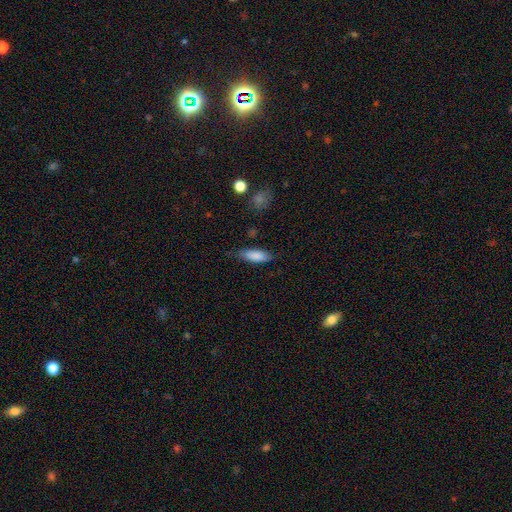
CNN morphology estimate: Overall: smooth (85%). How rounded: in between (69%; cigar-shaped 29%). Merging: none (77%).